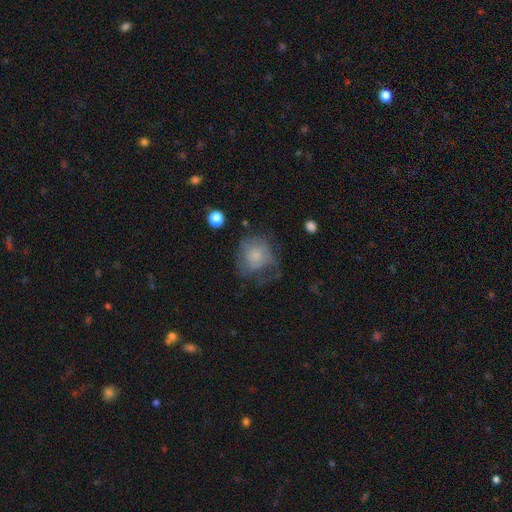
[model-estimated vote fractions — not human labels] A smooth galaxy with no disk features (63%) that is round (72%).

Vote fractions:
- Smooth or featured? smooth: 63% / featured or disk: 28% / star or artifact: 9%
- How rounded? round: 72% / in between: 27% / cigar-shaped: 1%
- Merging? none: 38% / major disturbance: 32% / minor disturbance: 28% / merger: 2%